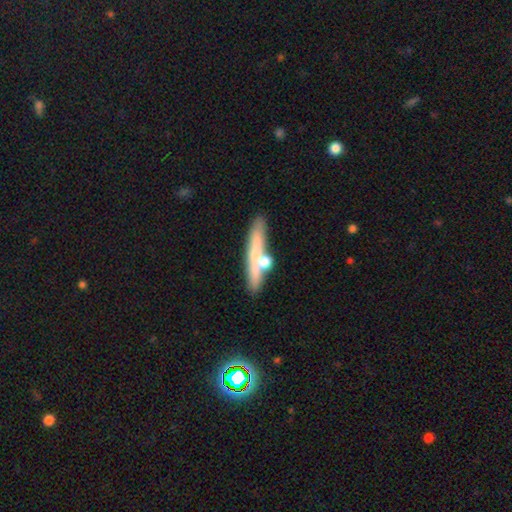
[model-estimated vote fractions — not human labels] Smooth or featured?
  - smooth: 52% *
  - featured or disk: 40%
  - star or artifact: 8%
How rounded?
  - cigar-shaped: 85% *
  - in between: 11%
  - round: 4%
Merging?
  - none: 71% *
  - merger: 14%
  - minor disturbance: 12%
  - major disturbance: 3%